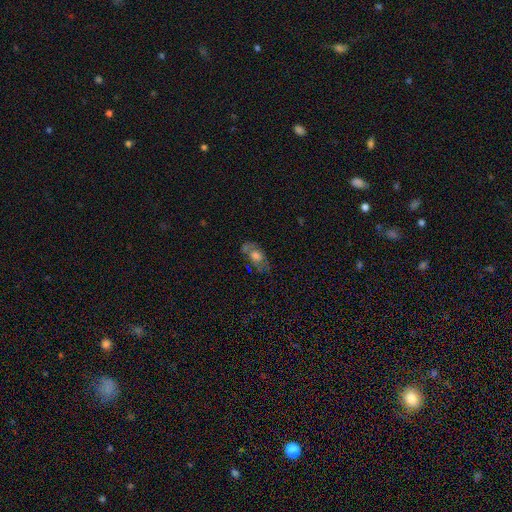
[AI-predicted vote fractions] The model was most divided on "smooth or featured": smooth: 46%, featured or disk: 43%, star or artifact: 12%. More confident: merging — none (52%).